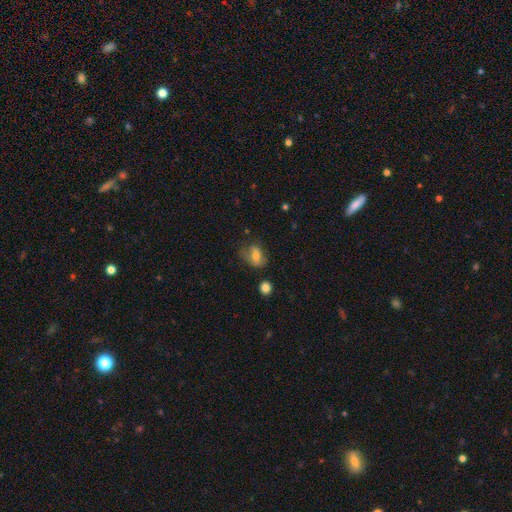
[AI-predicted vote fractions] Smooth or featured? smooth (62%)
How rounded? in between (71%)
Merging? none (58%)